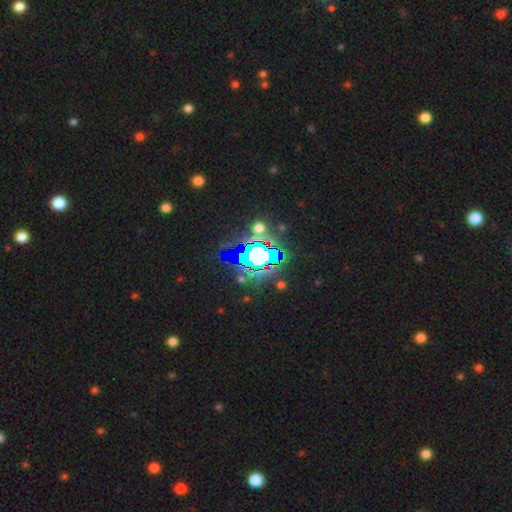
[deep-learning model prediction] A star or artifact, not a galaxy (67%).